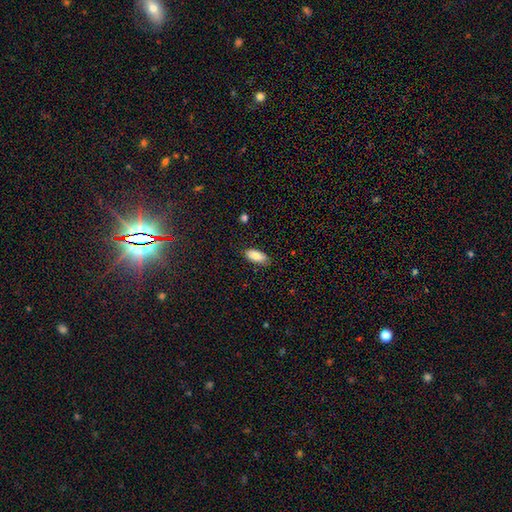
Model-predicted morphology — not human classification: This appears to be a smooth galaxy with no disk features (85%) that is in between round and cigar-shaped (88%). Merging: none (84%).